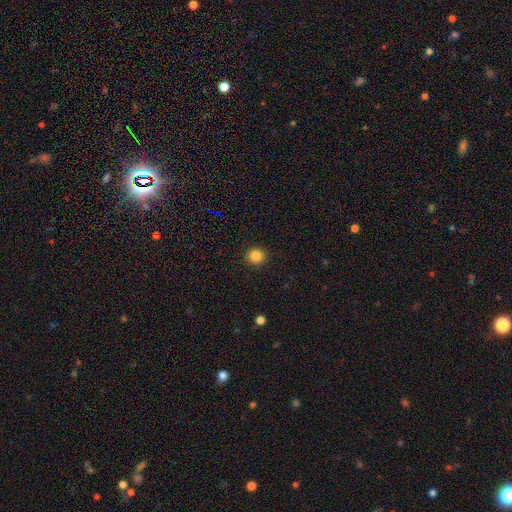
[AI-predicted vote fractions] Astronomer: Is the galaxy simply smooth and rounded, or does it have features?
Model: smooth — 85%.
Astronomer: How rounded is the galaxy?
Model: round — 90%.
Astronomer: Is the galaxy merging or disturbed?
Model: none — 92%.